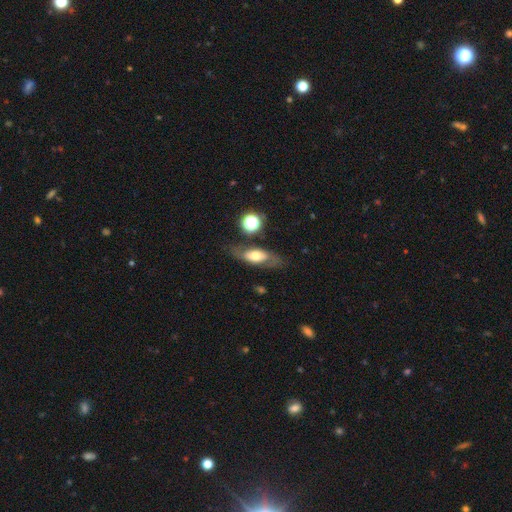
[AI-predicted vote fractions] Smooth or featured: smooth — 46% (featured or disk — 45%)
Merging: none — 68% (minor disturbance — 18%)